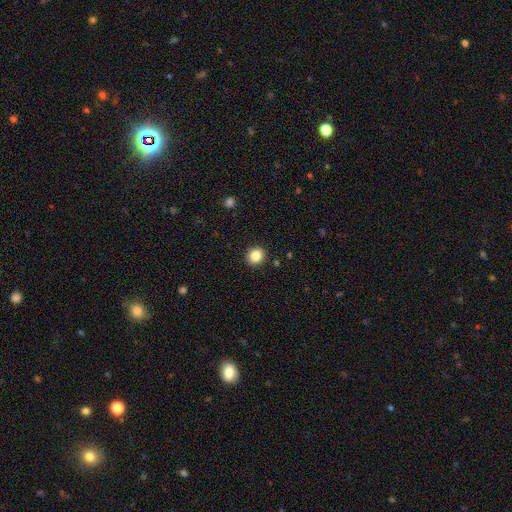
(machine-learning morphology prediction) smooth 85%, star or artifact 10%, featured or disk 5%. Down the decision tree: how rounded — round (87%); merging — none (92%).